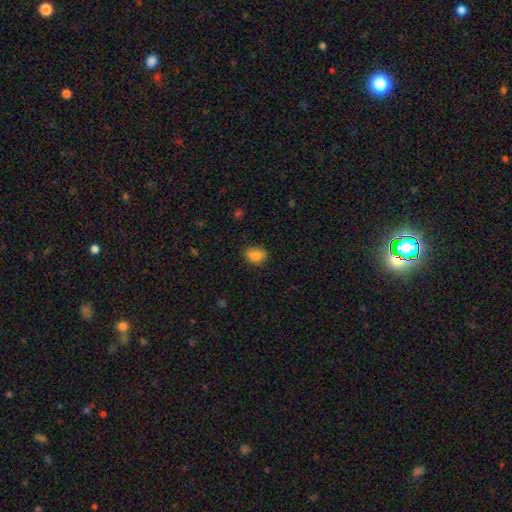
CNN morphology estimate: Smooth or featured?
  - smooth: 79% *
  - featured or disk: 11%
  - star or artifact: 10%
How rounded?
  - in between: 64% *
  - round: 34%
  - cigar-shaped: 2%
Merging?
  - none: 68% *
  - minor disturbance: 23%
  - major disturbance: 5%
  - merger: 4%